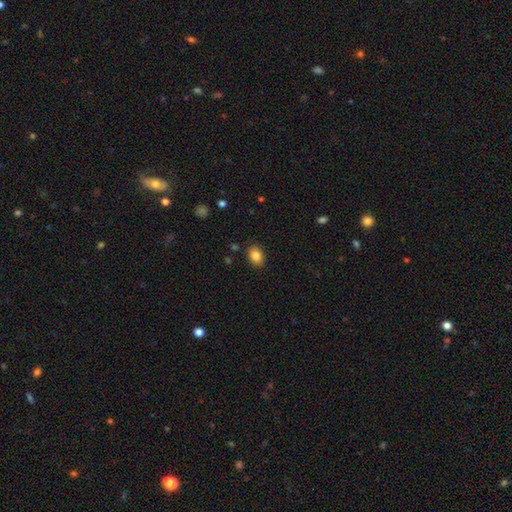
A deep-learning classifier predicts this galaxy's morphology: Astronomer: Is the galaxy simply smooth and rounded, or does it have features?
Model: smooth — 85%.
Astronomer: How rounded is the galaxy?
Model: in between — 75%.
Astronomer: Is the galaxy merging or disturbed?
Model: none — 87%.